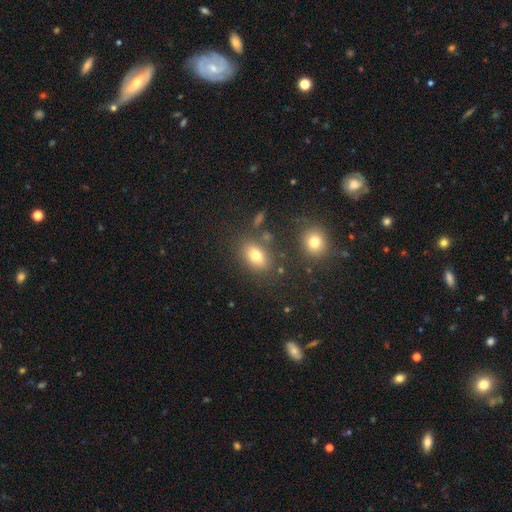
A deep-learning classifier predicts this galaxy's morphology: Smooth or featured: smooth — 73% (featured or disk — 15%)
How rounded: in between — 79% (round — 18%)
Merging: none — 76% (minor disturbance — 12%)